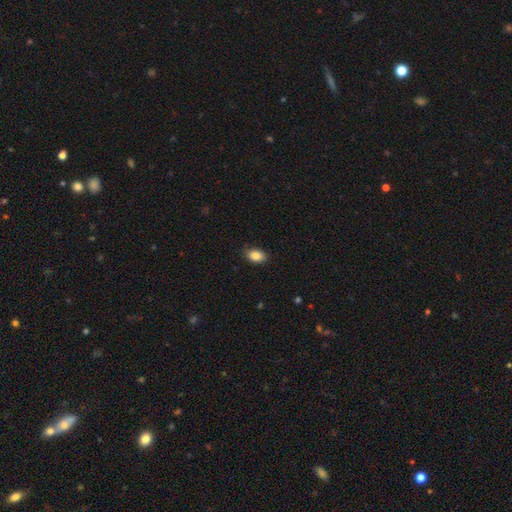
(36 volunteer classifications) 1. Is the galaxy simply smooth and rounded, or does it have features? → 92% smooth, 6% featured or disk, 3% star or artifact.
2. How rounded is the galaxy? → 64% in between, 33% round, 3% cigar-shaped.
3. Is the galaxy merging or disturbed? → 86% none, 11% minor disturbance, 3% major disturbance, 0% merger.